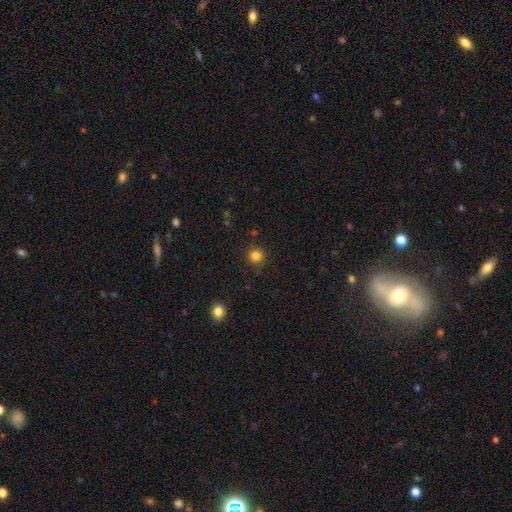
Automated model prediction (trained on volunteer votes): Smooth or featured: smooth — 83% (star or artifact — 13%)
How rounded: round — 95% (in between — 4%)
Merging: none — 89% (minor disturbance — 7%)